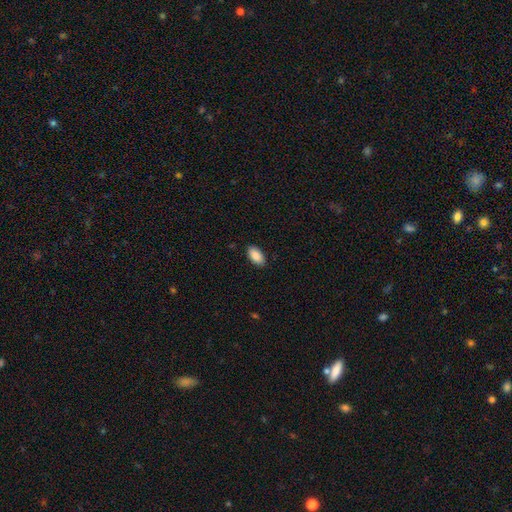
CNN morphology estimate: Q: Smooth or featured?
A: smooth (89%); runner-up: star or artifact (6%)
Q: How rounded?
A: in between (95%); runner-up: cigar-shaped (3%)
Q: Merging?
A: none (88%); runner-up: minor disturbance (10%)